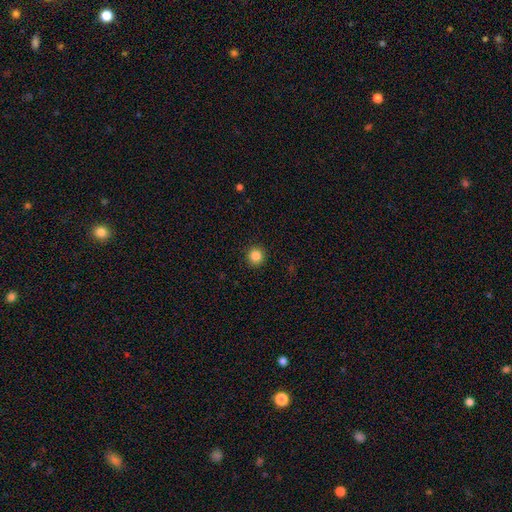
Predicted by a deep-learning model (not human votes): This is clearly a smooth galaxy (85%). How rounded: clearly round (94%). Merging: clearly none (92%).